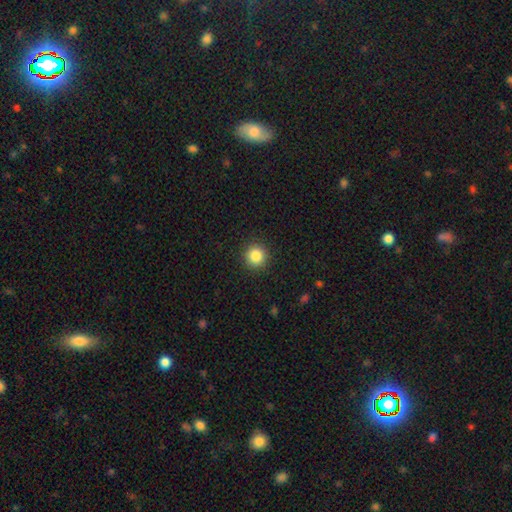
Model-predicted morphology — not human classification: Smooth or featured: smooth — 85% (star or artifact — 10%)
How rounded: round — 94% (in between — 5%)
Merging: none — 92% (minor disturbance — 5%)